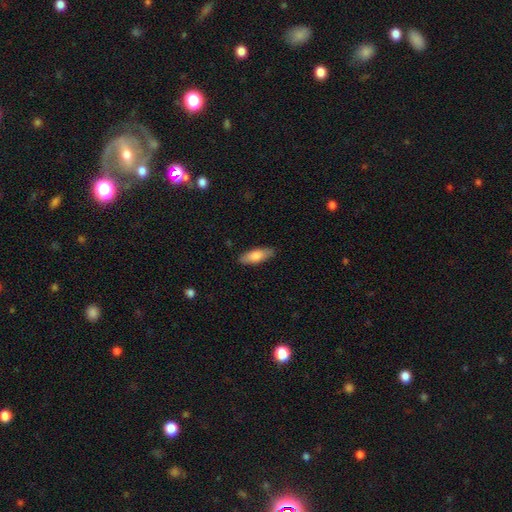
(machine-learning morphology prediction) A smooth galaxy with no disk features (77%) that is in between round and cigar-shaped (66%). Merging: none (86%).